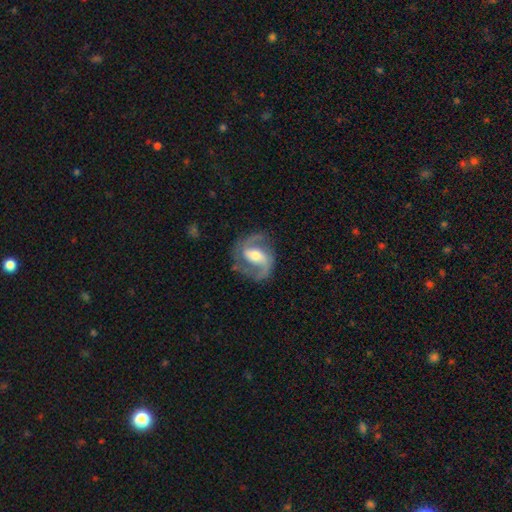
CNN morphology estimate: This is clearly a featured or disk galaxy (88%). It is clearly not viewed edge-on (98%). Bar: marginally weak (45%). Spiral arm pattern: clearly yes (96%). Spiral arm count: clearly 2 (90%). Spiral winding: possibly medium (57%). Central bulge: likely moderate (65%). Merging: likely none (78%).